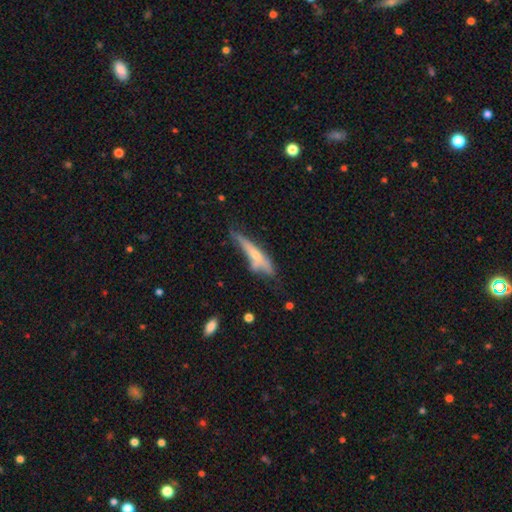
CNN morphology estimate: A smooth galaxy with no disk features (47%). Merging: none (43%).